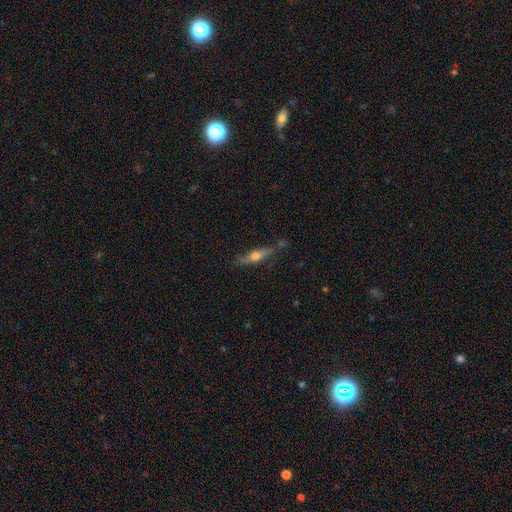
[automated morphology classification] smooth-or-featured: featured or disk: 60% | smooth: 34% | star or artifact: 7%
  disk-edge-on: yes: 92% | no: 8%
    edge-on-bulge: rounded: 93% | boxy: 4% | none: 3%
  merging: none: 77% | minor disturbance: 16% | major disturbance: 4% | merger: 4%